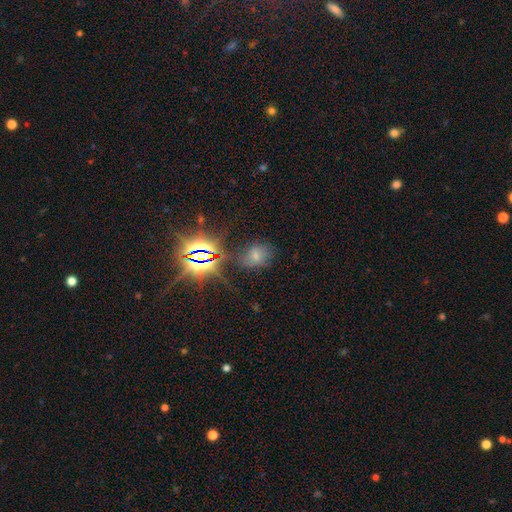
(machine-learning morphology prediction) smooth_or_featured: smooth (p=0.56) [alt: star or artifact p=0.31]
how_rounded: in between (p=0.56) [alt: round p=0.43]
merging: none (p=0.67) [alt: minor disturbance p=0.19]